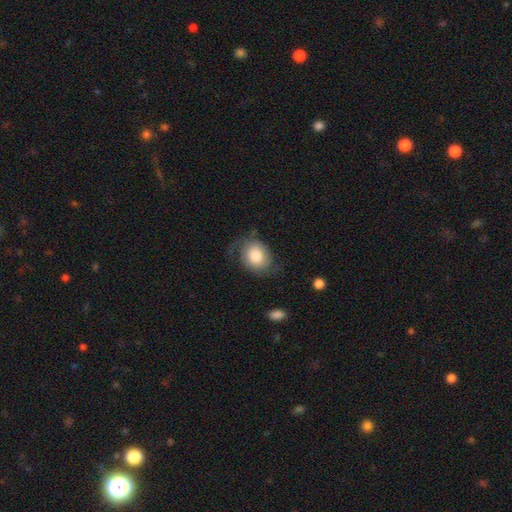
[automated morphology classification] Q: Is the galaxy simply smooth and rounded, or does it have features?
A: featured or disk — 46%, tied with smooth.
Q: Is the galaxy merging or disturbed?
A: none — 59%.